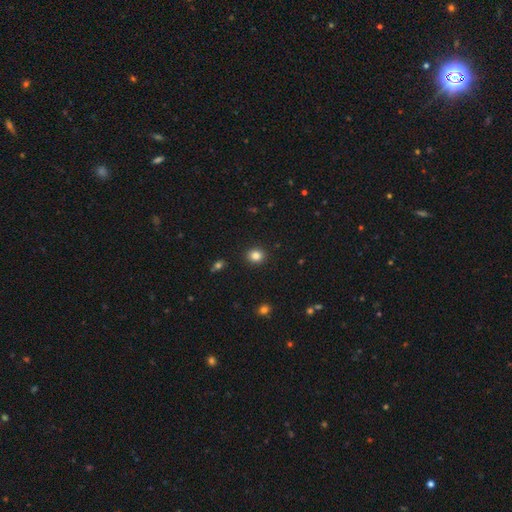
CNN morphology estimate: Smooth or featured? Predicted: smooth (p=0.84). How rounded? Predicted: round (p=0.73). Merging? Predicted: none (p=0.91).